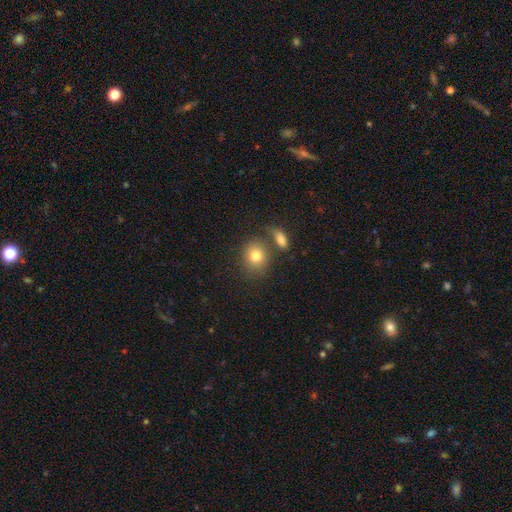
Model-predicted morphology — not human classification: Smooth or featured?
  - smooth: 79% *
  - featured or disk: 11%
  - star or artifact: 10%
How rounded?
  - round: 70% *
  - in between: 29%
  - cigar-shaped: 1%
Merging?
  - none: 63% *
  - merger: 19%
  - minor disturbance: 12%
  - major disturbance: 5%